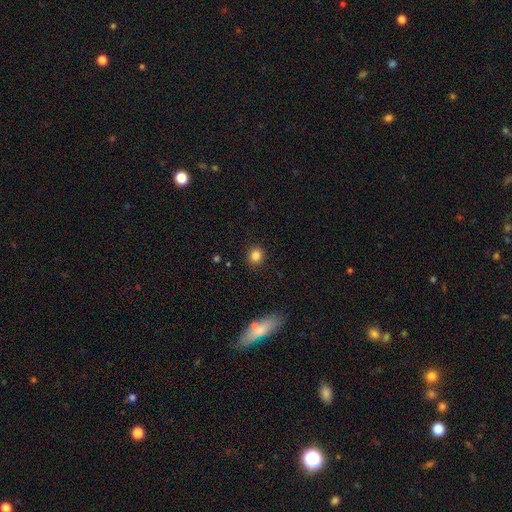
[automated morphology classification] Smooth or featured?
  - smooth: 83% *
  - star or artifact: 11%
  - featured or disk: 6%
How rounded?
  - round: 84% *
  - in between: 15%
  - cigar-shaped: 1%
Merging?
  - none: 90% *
  - minor disturbance: 6%
  - major disturbance: 2%
  - merger: 1%